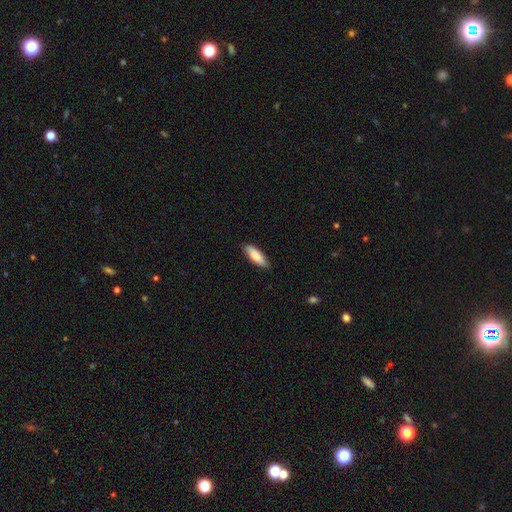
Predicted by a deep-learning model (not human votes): The model was most divided on "how rounded": in between: 51%, cigar-shaped: 47%, round: 2%. More confident: merging — none (86%); smooth or featured — smooth (84%).